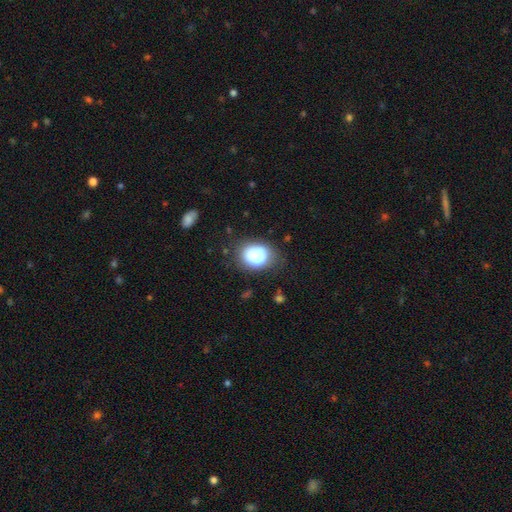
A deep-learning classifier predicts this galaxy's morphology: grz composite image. It shows a smooth galaxy with no disk features (79%) that is round (52%). Merging: none (62%).